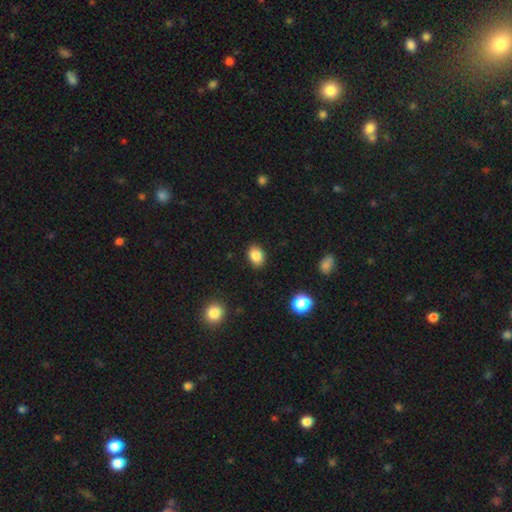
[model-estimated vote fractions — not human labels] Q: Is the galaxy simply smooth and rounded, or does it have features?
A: smooth — 87%.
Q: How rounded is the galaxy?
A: in between — 70%.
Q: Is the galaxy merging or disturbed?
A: none — 87%.